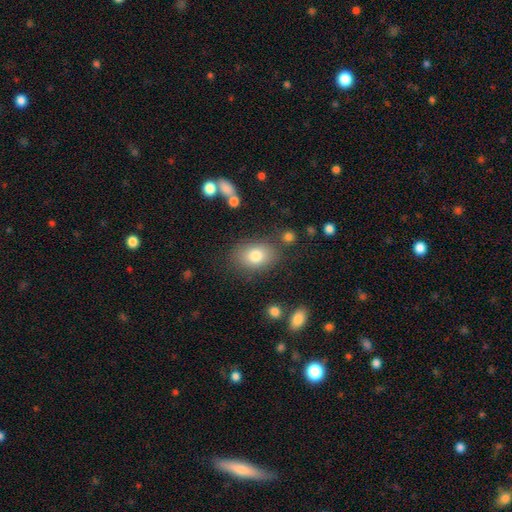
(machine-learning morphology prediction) A smooth galaxy with no disk features (79%) that is in between round and cigar-shaped (71%).

Vote fractions:
- Smooth or featured? smooth: 79% / featured or disk: 11% / star or artifact: 9%
- How rounded? in between: 71% / round: 28% / cigar-shaped: 1%
- Merging? none: 78% / minor disturbance: 13% / major disturbance: 5% / merger: 4%